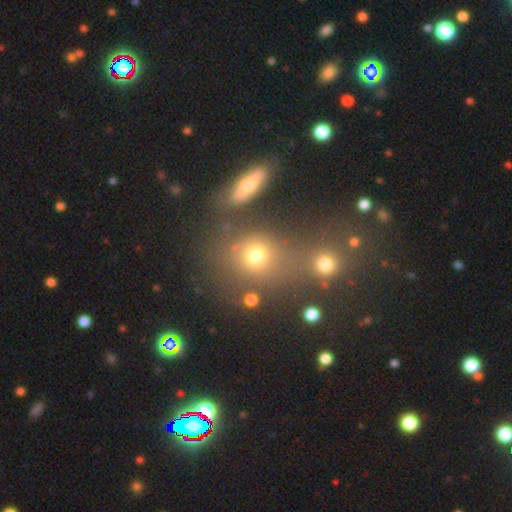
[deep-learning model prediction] The model was most divided on "merging": none: 55%, merger: 30%, minor disturbance: 9%, major disturbance: 6%. More confident: how rounded — round (77%); smooth or featured — smooth (72%).